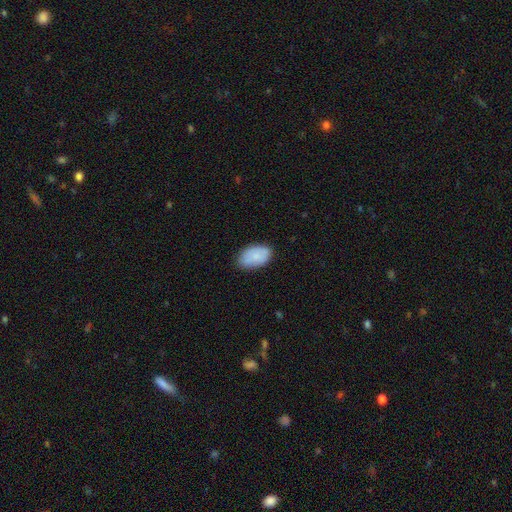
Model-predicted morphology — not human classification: Smooth or featured: smooth — 84% (featured or disk — 10%)
How rounded: in between — 94% (round — 5%)
Merging: none — 80% (minor disturbance — 16%)